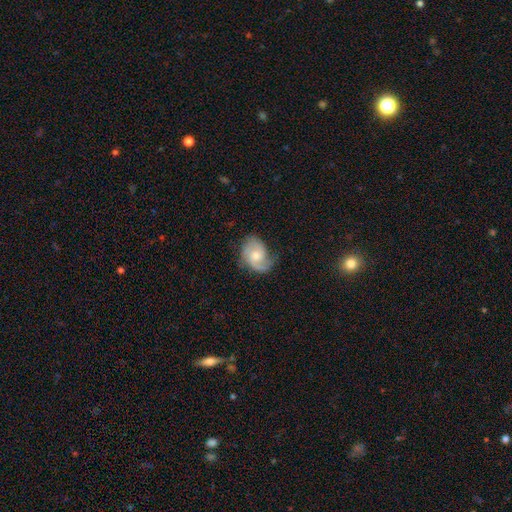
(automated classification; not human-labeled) Q: Smooth or featured?
A: featured or disk (76%); runner-up: smooth (18%)
Q: Edge-on disk?
A: no (98%); runner-up: yes (2%)
Q: Bar?
A: no (63%); runner-up: weak (33%)
Q: Spiral arms?
A: yes (95%); runner-up: no (5%)
Q: Spiral winding?
A: medium (48%); runner-up: tight (29%)
Q: Spiral arm count?
A: 2 (68%); runner-up: 1 (16%)
Q: Bulge size?
A: moderate (54%); runner-up: small (34%)
Q: Merging?
A: none (63%); runner-up: minor disturbance (24%)